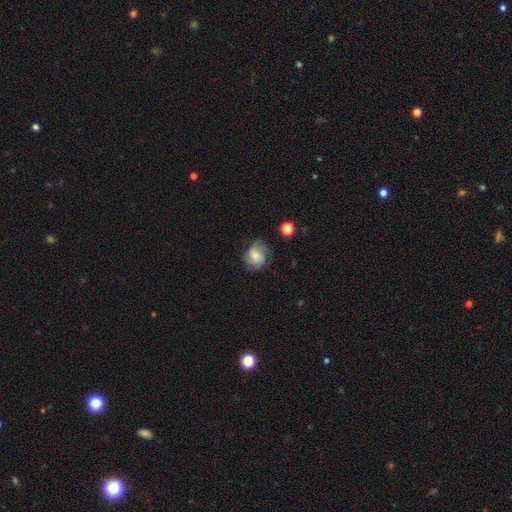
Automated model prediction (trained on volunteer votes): Overall: featured or disk (63%; smooth 27%). Edge-on disk: no (98%). Bar: no (71%). Spiral arms: yes (92%). Spiral arm count: 3 (39%; can't tell 21%). Spiral winding: tight (44%; medium 42%). Bulge size: small (43%; moderate 36%). Merging: none (72%).